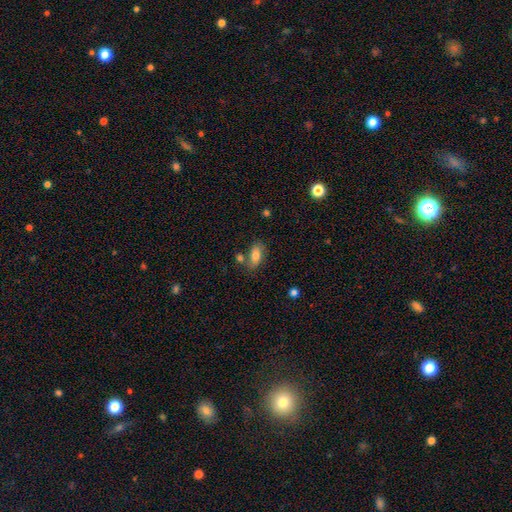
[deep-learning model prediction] smooth 77%, featured or disk 15%, star or artifact 8%. Down the decision tree: how rounded — in between (88%); merging — none (65%).